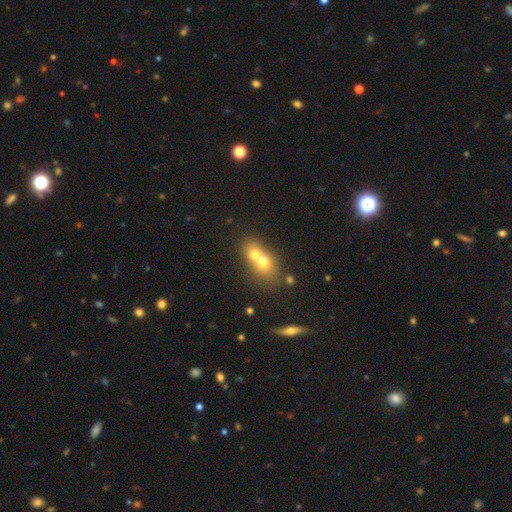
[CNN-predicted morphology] smooth_or_featured: smooth (p=0.60) [alt: featured or disk p=0.26]
how_rounded: round (p=0.50) [alt: in between p=0.46]
merging: merger (p=0.68) [alt: none p=0.23]